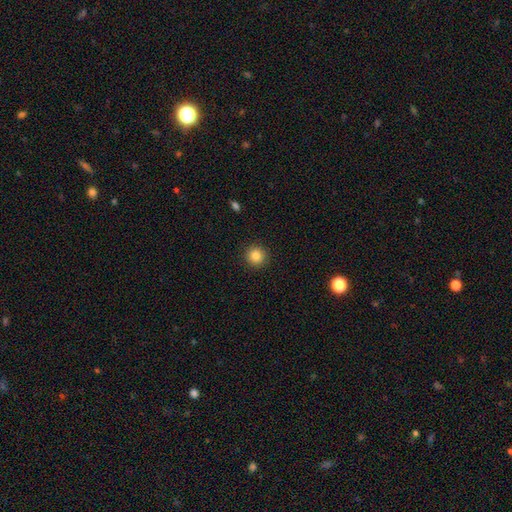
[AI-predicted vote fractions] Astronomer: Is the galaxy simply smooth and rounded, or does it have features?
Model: smooth — 85%.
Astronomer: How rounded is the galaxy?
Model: round — 94%.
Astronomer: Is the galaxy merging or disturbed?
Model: none — 92%.